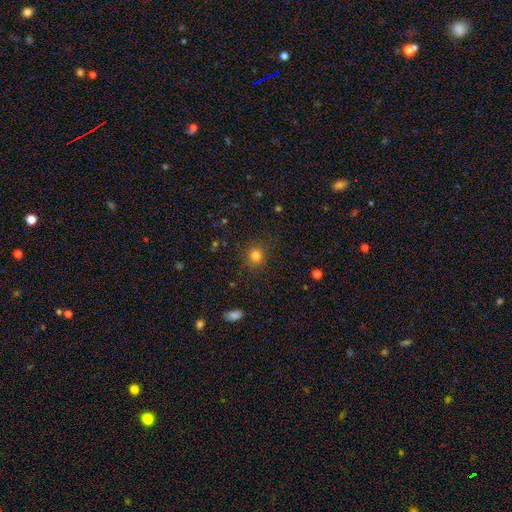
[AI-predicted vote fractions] smooth 81%, star or artifact 13%, featured or disk 6%. Down the decision tree: how rounded — round (86%); merging — none (88%).